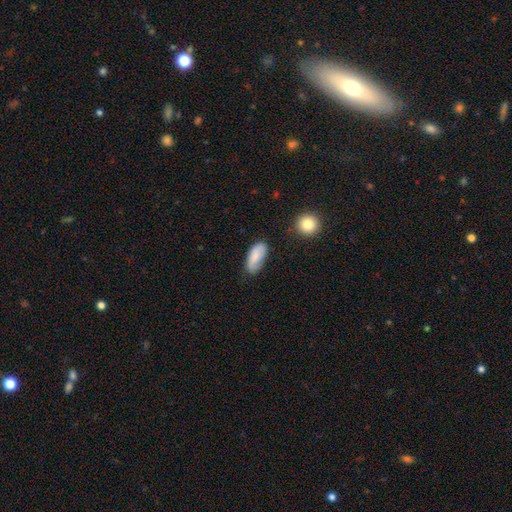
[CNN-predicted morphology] Smooth or featured?
  - smooth: 76% *
  - featured or disk: 17%
  - star or artifact: 7%
How rounded?
  - in between: 89% *
  - cigar-shaped: 8%
  - round: 2%
Merging?
  - none: 65% *
  - minor disturbance: 25%
  - major disturbance: 6%
  - merger: 3%